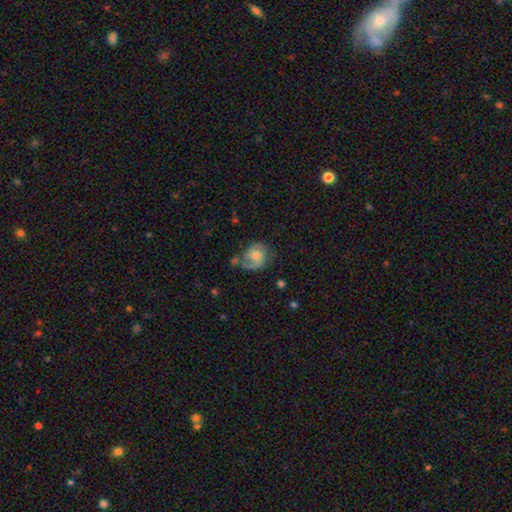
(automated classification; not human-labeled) This is possibly a featured or disk galaxy (59%). It is clearly not viewed edge-on (97%). Bar: likely no (72%). Spiral arm pattern: clearly yes (85%). Central bulge: possibly moderate (52%). Merging: possibly none (49%).